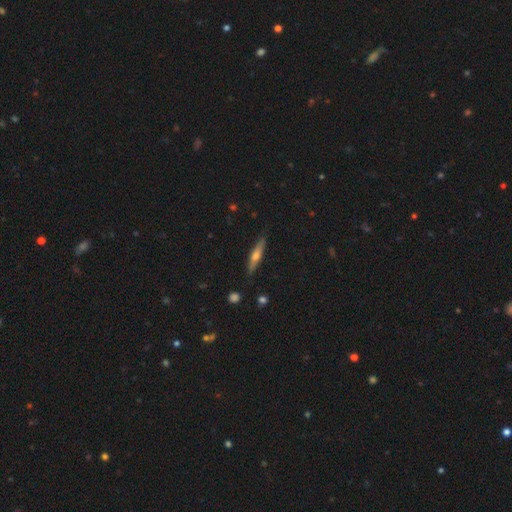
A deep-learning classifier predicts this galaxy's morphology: smooth-or-featured: featured or disk: 53% | smooth: 40% | star or artifact: 6%
  disk-edge-on: yes: 95% | no: 5%
    edge-on-bulge: rounded: 83% | none: 10% | boxy: 7%
  merging: none: 87% | minor disturbance: 10% | major disturbance: 2% | merger: 1%